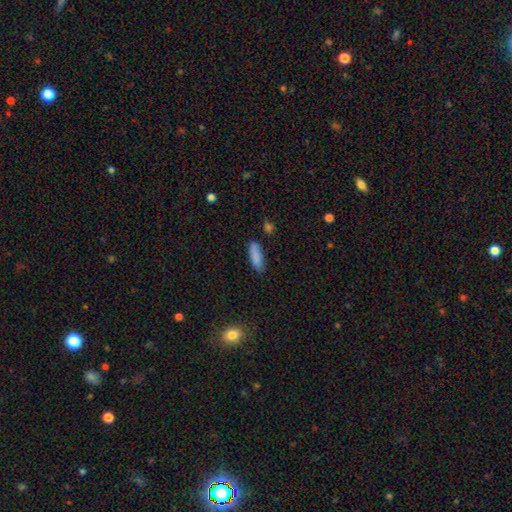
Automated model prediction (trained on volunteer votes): smooth 86%, star or artifact 8%, featured or disk 6%. Down the decision tree: how rounded — in between (55%); merging — none (77%).